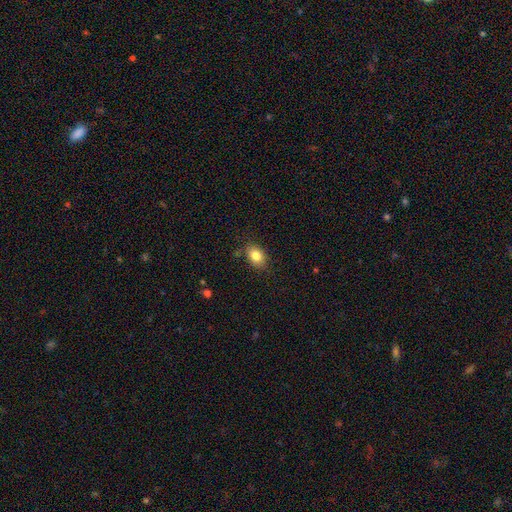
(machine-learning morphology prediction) Smooth or featured? smooth (83%)
How rounded? in between (74%)
Merging? none (82%)